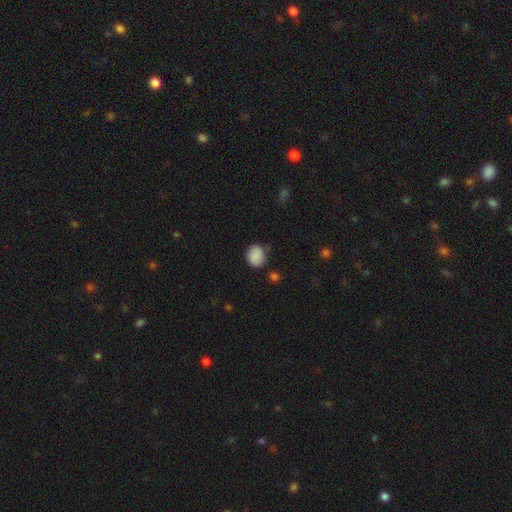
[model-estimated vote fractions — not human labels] A smooth galaxy with no disk features (87%) that is round (64%). Merging: none (71%).